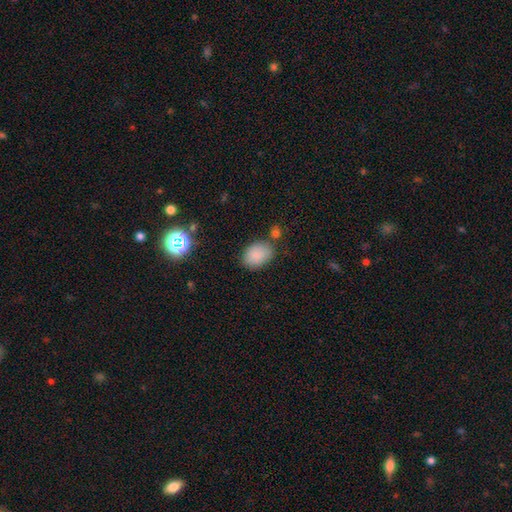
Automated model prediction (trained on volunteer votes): smooth-or-featured: smooth: 86% | star or artifact: 9% | featured or disk: 5%
  how-rounded: in between: 77% | round: 21% | cigar-shaped: 1%
  merging: none: 73% | minor disturbance: 15% | merger: 7% | major disturbance: 4%